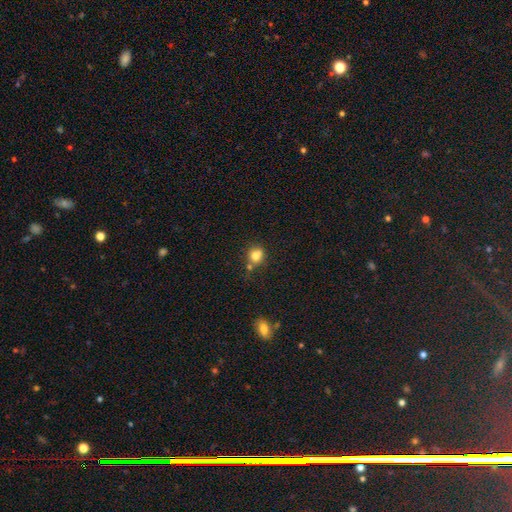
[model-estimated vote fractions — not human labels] Smooth or featured: smooth — 79% (star or artifact — 12%)
How rounded: round — 78% (in between — 21%)
Merging: none — 58% (merger — 20%)